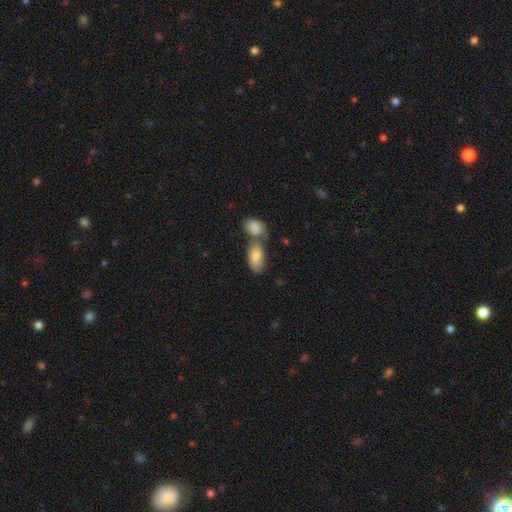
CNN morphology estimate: Overall: smooth (78%). How rounded: in between (92%). Merging: merger (54%; none 31%).